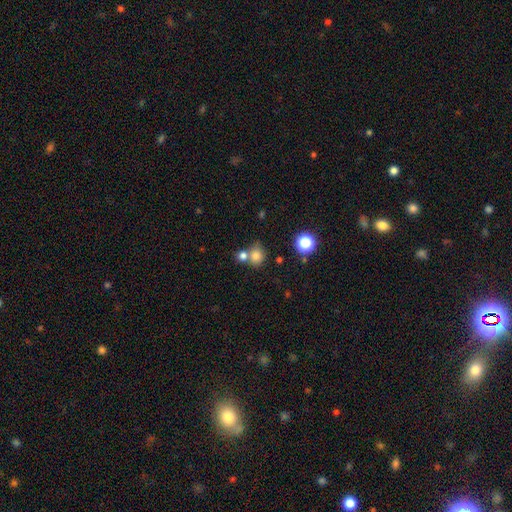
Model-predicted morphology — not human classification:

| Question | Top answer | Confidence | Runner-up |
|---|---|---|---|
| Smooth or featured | smooth | 77% | star or artifact (14%) |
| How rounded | round | 78% | in between (21%) |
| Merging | none | 51% | merger (34%) |